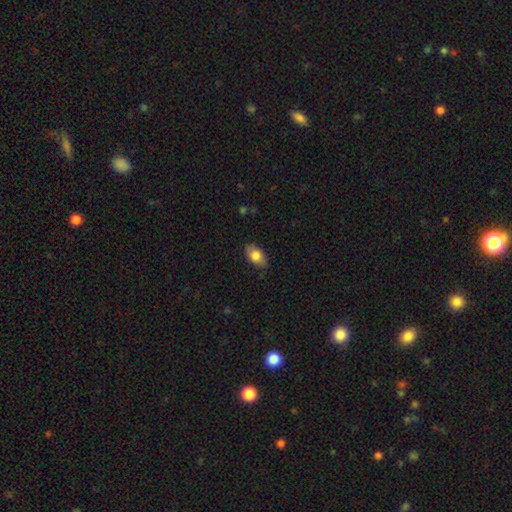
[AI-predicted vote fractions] smooth 81%, featured or disk 12%, star or artifact 7%. Down the decision tree: how rounded — in between (91%); merging — none (83%).